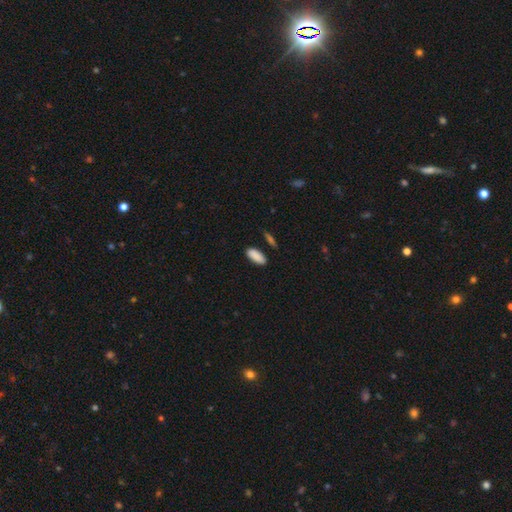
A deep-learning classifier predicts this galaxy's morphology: Q: Smooth or featured?
A: smooth (90%); runner-up: star or artifact (6%)
Q: How rounded?
A: in between (79%); runner-up: cigar-shaped (19%)
Q: Merging?
A: none (85%); runner-up: minor disturbance (10%)